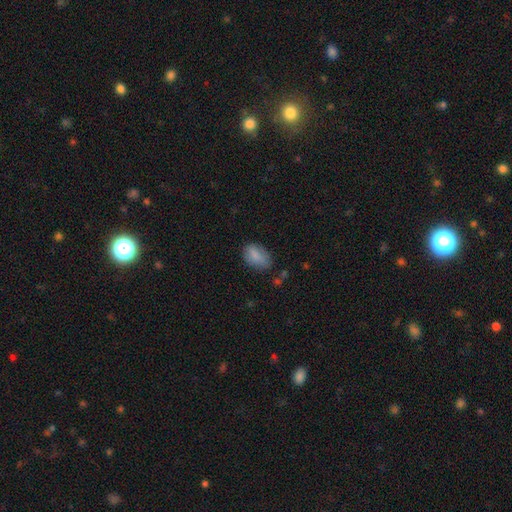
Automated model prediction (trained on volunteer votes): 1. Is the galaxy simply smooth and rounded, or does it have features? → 85% smooth, 8% star or artifact, 7% featured or disk.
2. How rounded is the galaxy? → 90% in between, 8% round, 2% cigar-shaped.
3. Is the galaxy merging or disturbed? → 67% none, 24% minor disturbance, 6% major disturbance, 3% merger.